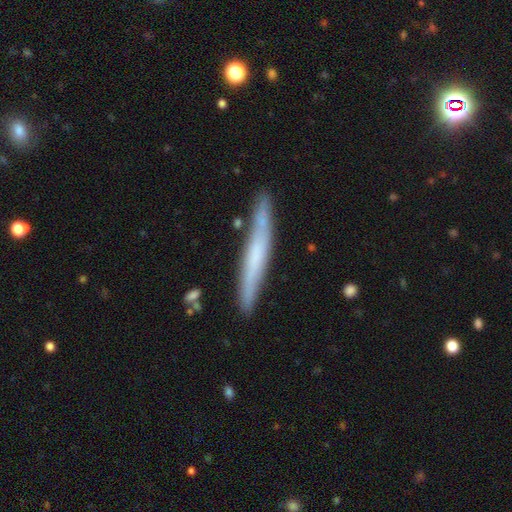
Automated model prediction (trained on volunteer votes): Smooth or featured?
  - smooth: 49% *
  - featured or disk: 45%
  - star or artifact: 6%
Merging?
  - none: 84% *
  - minor disturbance: 11%
  - merger: 3%
  - major disturbance: 2%